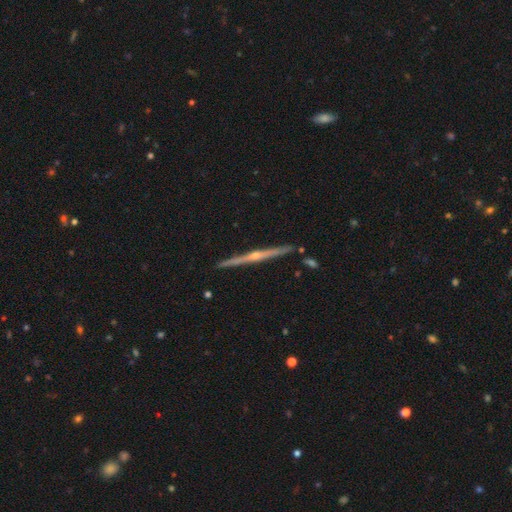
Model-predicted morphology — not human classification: Smooth or featured? Predicted: featured or disk (p=0.84). Edge-on disk? Predicted: yes (p=0.98). Edge-on bulge? Predicted: rounded (p=0.82). Merging? Predicted: none (p=0.90).